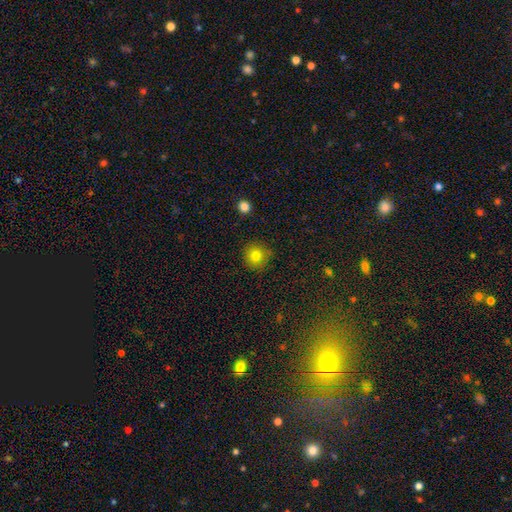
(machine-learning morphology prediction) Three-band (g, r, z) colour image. It shows a smooth galaxy with no disk features (80%) that is round (93%). Merging: none (88%).